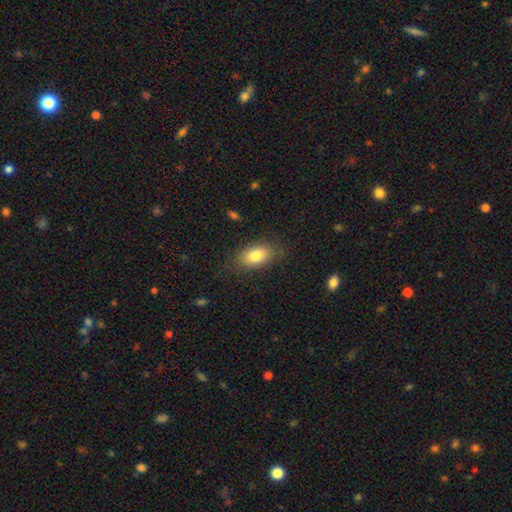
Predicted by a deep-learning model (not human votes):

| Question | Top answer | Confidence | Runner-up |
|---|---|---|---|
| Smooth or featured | smooth | 80% | featured or disk (12%) |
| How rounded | in between | 89% | round (8%) |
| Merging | none | 80% | minor disturbance (14%) |